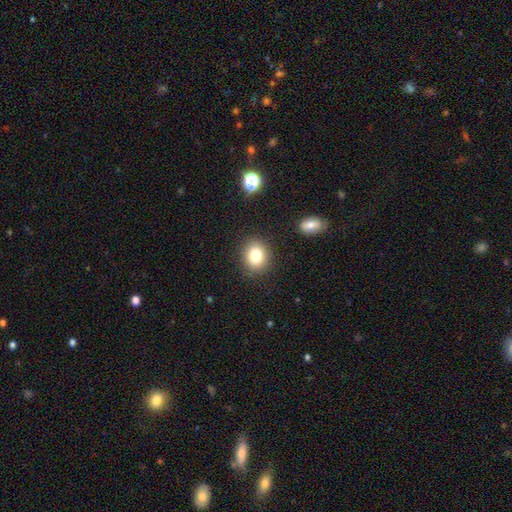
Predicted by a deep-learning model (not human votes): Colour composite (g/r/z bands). It shows a smooth galaxy with no disk features (81%) that is round (61%). Merging: none (88%).